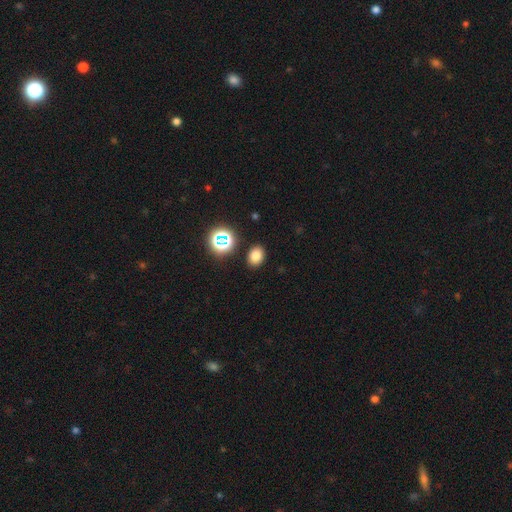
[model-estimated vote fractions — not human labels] This appears to be a smooth galaxy with no disk features (77%) that is in between round and cigar-shaped (61%). Merging: none (87%).